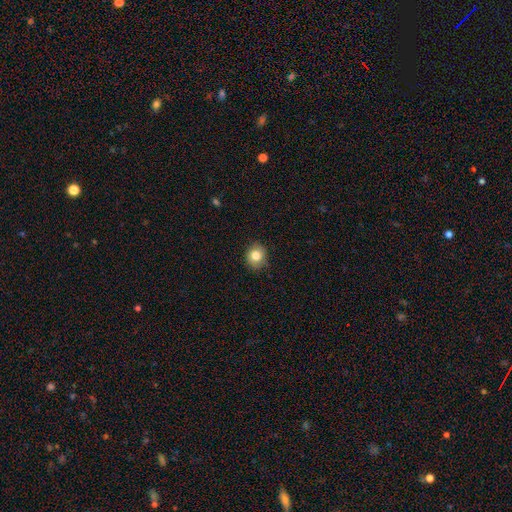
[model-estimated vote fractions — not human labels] Q: Smooth or featured?
A: smooth (82%); runner-up: star or artifact (10%)
Q: How rounded?
A: round (78%); runner-up: in between (21%)
Q: Merging?
A: none (86%); runner-up: minor disturbance (11%)